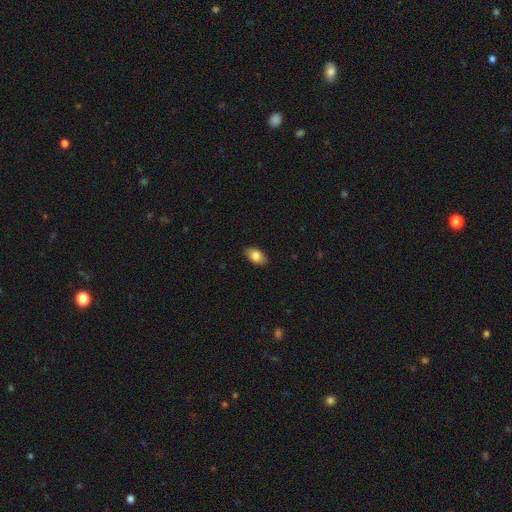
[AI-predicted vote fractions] This appears to be a smooth galaxy with no disk features (83%) that is in between round and cigar-shaped (92%). Merging: none (88%).